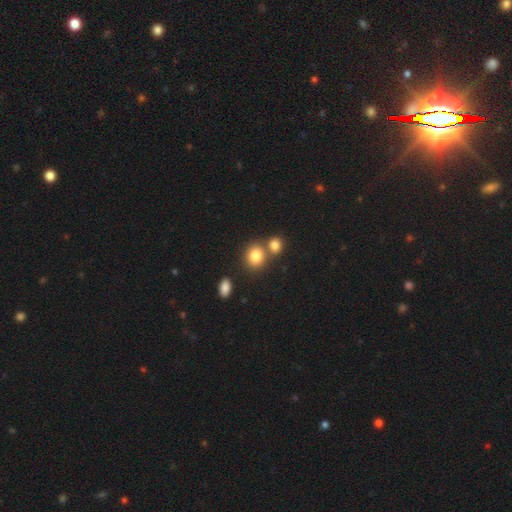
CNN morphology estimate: Smooth or featured? smooth (82%)
How rounded? round (61%)
Merging? none (54%)